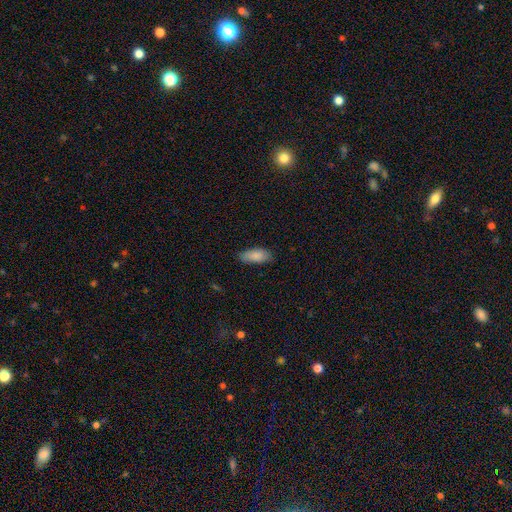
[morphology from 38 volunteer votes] smooth_or_featured: smooth (p=0.89) [alt: star or artifact p=0.08]
how_rounded: in between (p=0.91) [alt: cigar-shaped p=0.09]
merging: none (p=0.91) [alt: minor disturbance p=0.09]